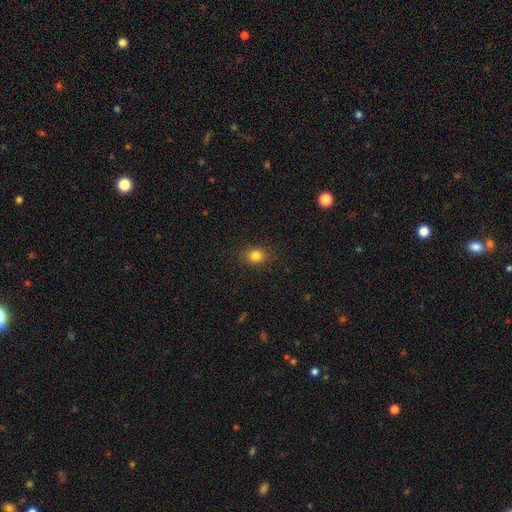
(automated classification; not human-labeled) smooth-or-featured: smooth: 83% | star or artifact: 12% | featured or disk: 6%
  how-rounded: round: 60% | in between: 39% | cigar-shaped: 1%
  merging: none: 87% | minor disturbance: 9% | major disturbance: 3% | merger: 1%